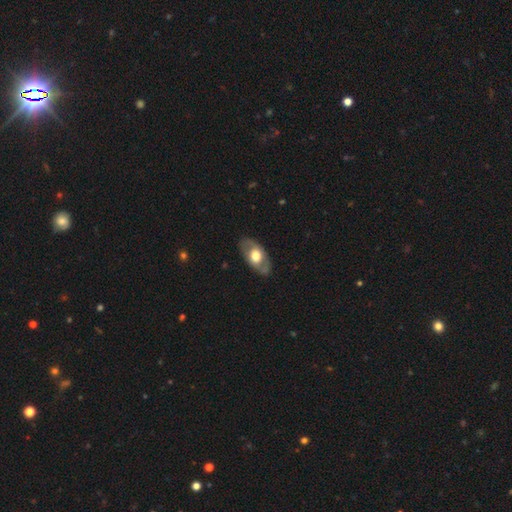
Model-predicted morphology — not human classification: A featured or disk galaxy (50%).

Vote fractions:
- Smooth or featured? featured or disk: 50% / smooth: 45% / star or artifact: 5%
- Merging? none: 82% / minor disturbance: 14% / major disturbance: 4% / merger: 1%